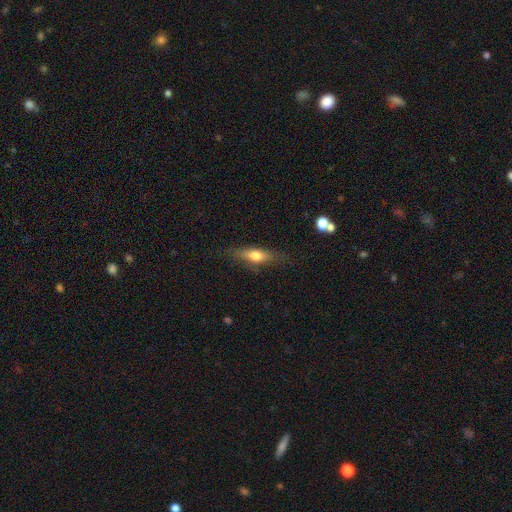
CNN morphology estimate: A smooth galaxy with no disk features (62%) that is cigar-shaped (50%). Merging: none (74%).